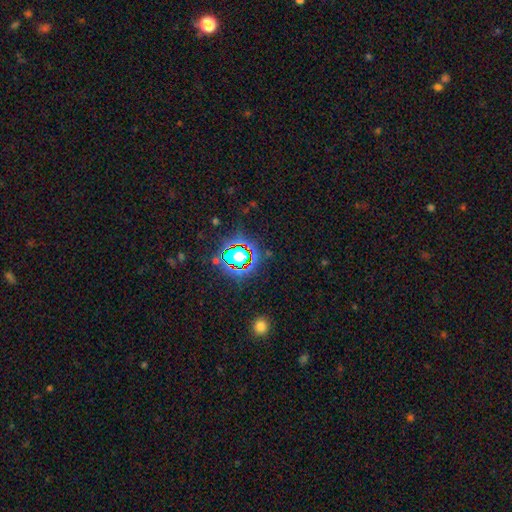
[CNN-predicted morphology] type=star or artifact (79%).